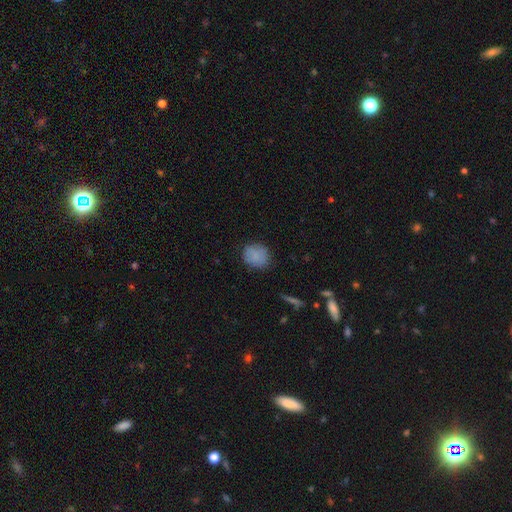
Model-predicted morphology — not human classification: Overall: smooth (81%). How rounded: round (71%). Merging: none (75%).